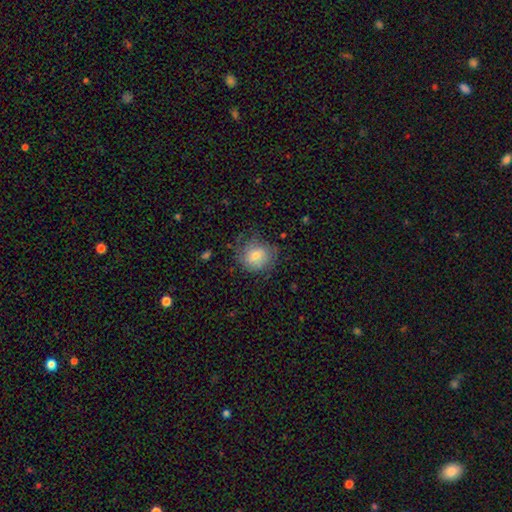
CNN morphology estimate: type=smooth (67%); roundness=round (77%); merging=none (62%).